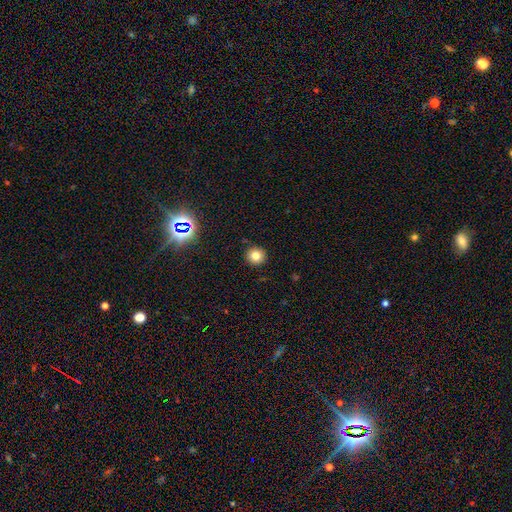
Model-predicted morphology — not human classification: Q: Smooth or featured?
A: smooth (78%); runner-up: star or artifact (14%)
Q: How rounded?
A: round (94%); runner-up: in between (5%)
Q: Merging?
A: none (92%); runner-up: minor disturbance (5%)